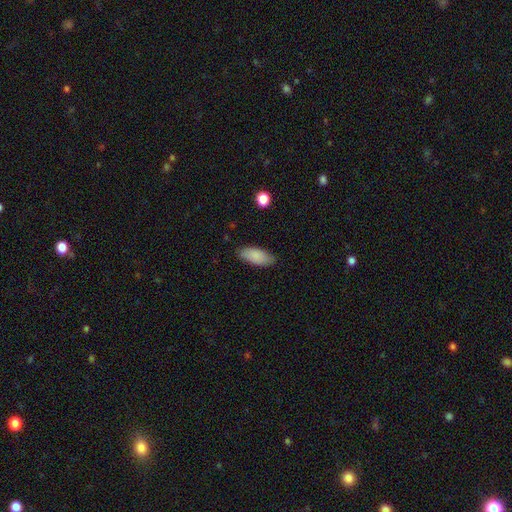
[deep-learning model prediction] A smooth galaxy with no disk features (86%) that is in between round and cigar-shaped (86%).

Vote fractions:
- Smooth or featured? smooth: 86% / featured or disk: 8% / star or artifact: 6%
- How rounded? in between: 86% / cigar-shaped: 12% / round: 2%
- Merging? none: 82% / minor disturbance: 14% / major disturbance: 3% / merger: 1%